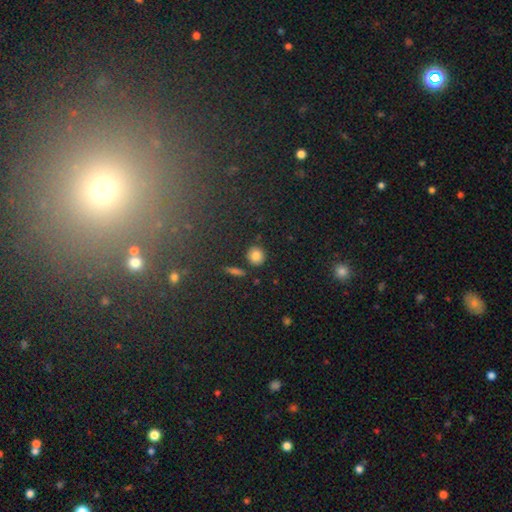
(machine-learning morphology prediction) smooth_or_featured: smooth (p=0.82) [alt: star or artifact p=0.11]
how_rounded: round (p=0.86) [alt: in between p=0.12]
merging: none (p=0.84) [alt: minor disturbance p=0.09]